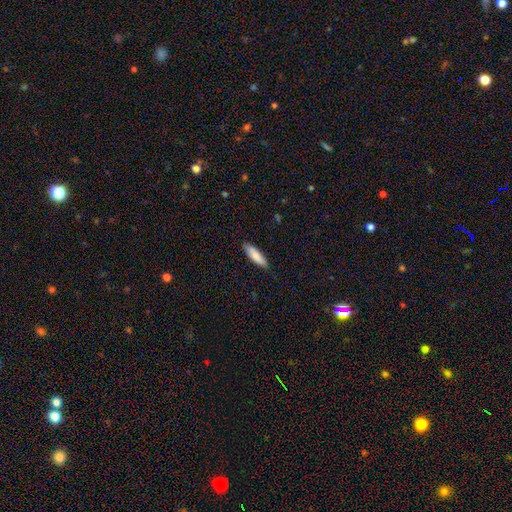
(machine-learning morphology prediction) Smooth or featured: smooth — 83% (featured or disk — 11%)
How rounded: cigar-shaped — 63% (in between — 36%)
Merging: none — 87% (minor disturbance — 10%)